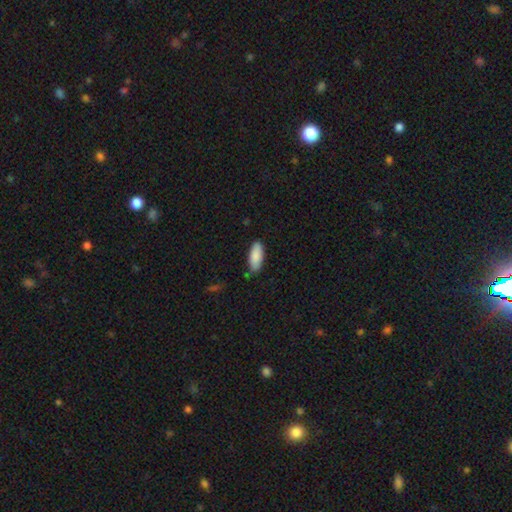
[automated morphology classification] Q: Smooth or featured?
A: smooth (88%); runner-up: featured or disk (6%)
Q: How rounded?
A: in between (79%); runner-up: cigar-shaped (20%)
Q: Merging?
A: none (77%); runner-up: minor disturbance (17%)